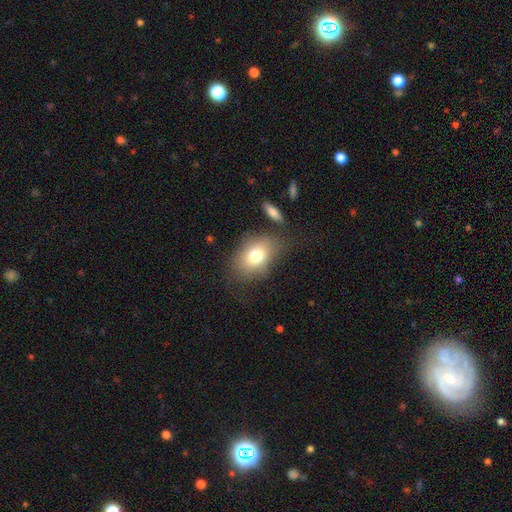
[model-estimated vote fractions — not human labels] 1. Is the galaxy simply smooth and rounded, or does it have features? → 75% smooth, 15% featured or disk, 10% star or artifact.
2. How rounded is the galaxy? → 75% in between, 23% round, 1% cigar-shaped.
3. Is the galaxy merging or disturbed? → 69% none, 17% minor disturbance, 9% major disturbance, 5% merger.